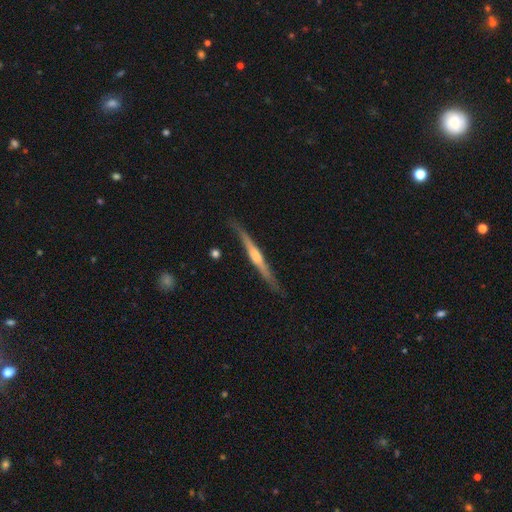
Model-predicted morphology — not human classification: This appears to be a featured or disk galaxy (70%) viewed edge-on (98%) with a rounded central bulge (65%). Merging: none (86%).